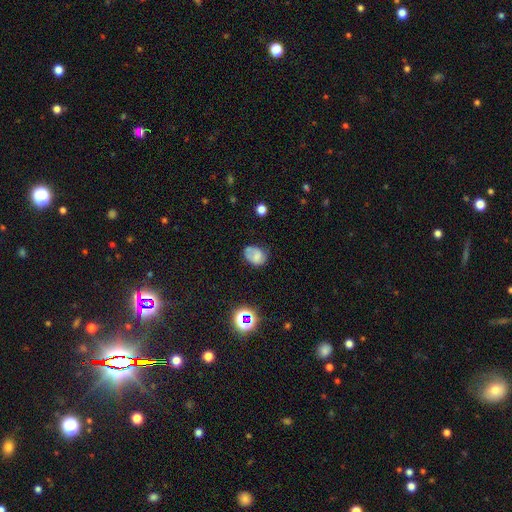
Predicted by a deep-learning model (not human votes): The model was most divided on "merging": none: 55%, minor disturbance: 29%, major disturbance: 13%, merger: 4%. More confident: smooth or featured — smooth (67%); how rounded — in between (63%).